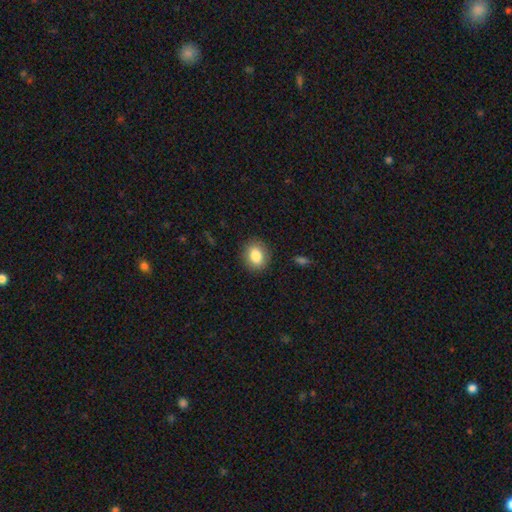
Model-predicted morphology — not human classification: Overall: smooth (84%). How rounded: round (53%; in between 46%). Merging: none (88%).